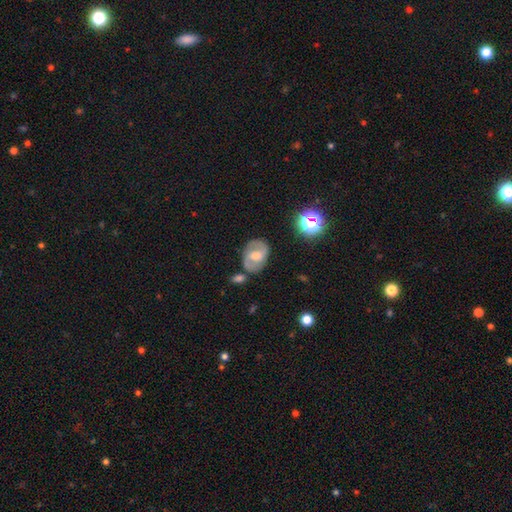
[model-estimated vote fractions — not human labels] Q: Smooth or featured?
A: featured or disk (63%); runner-up: smooth (29%)
Q: Edge-on disk?
A: no (96%); runner-up: yes (4%)
Q: Bar?
A: weak (46%); runner-up: no (30%)
Q: Spiral arms?
A: yes (75%); runner-up: no (25%)
Q: Bulge size?
A: moderate (65%); runner-up: small (24%)
Q: Merging?
A: none (71%); runner-up: minor disturbance (16%)